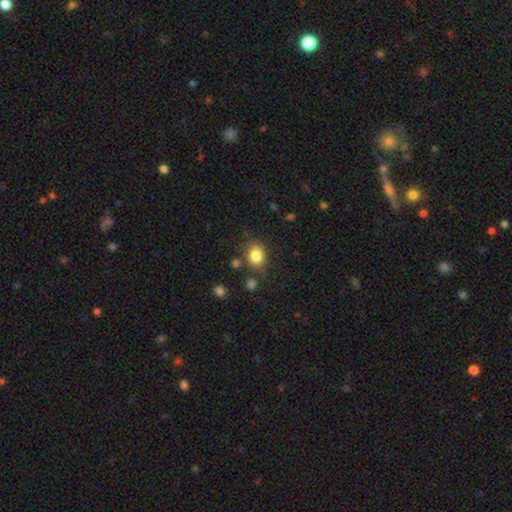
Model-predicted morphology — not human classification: The model was most divided on "how rounded": round: 54%, in between: 45%, cigar-shaped: 1%. More confident: smooth or featured — smooth (83%); merging — none (76%).